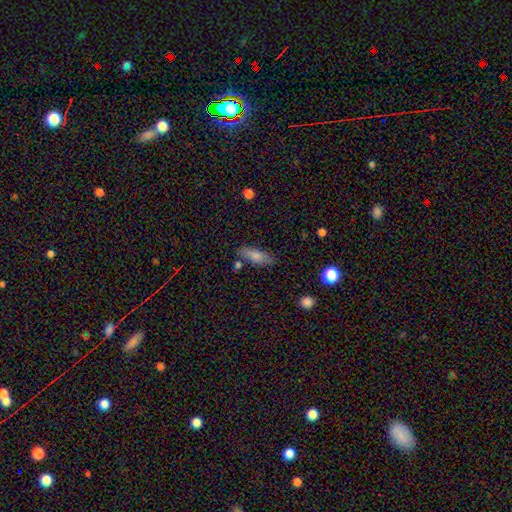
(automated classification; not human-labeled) This appears to be a smooth galaxy with no disk features (77%) that is in between round and cigar-shaped (62%). Merging: none (77%).